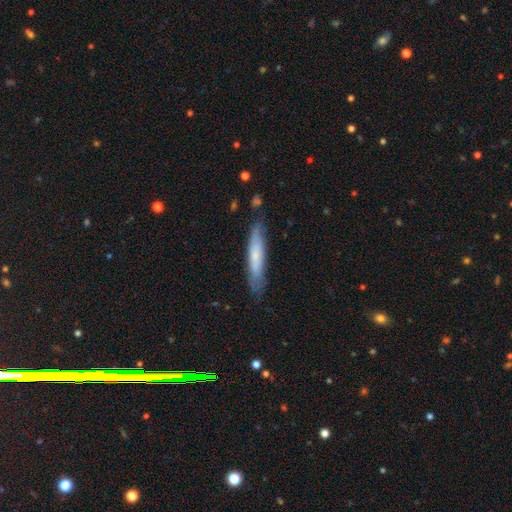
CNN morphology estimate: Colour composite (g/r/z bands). It shows a smooth galaxy with no disk features (61%) that is cigar-shaped (87%). Merging: none (77%).